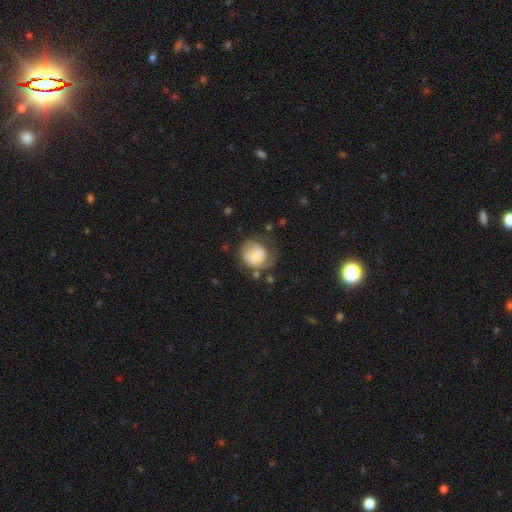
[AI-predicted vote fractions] Smooth or featured: smooth — 70% (featured or disk — 22%)
How rounded: round — 82% (in between — 17%)
Merging: none — 43% (minor disturbance — 29%)